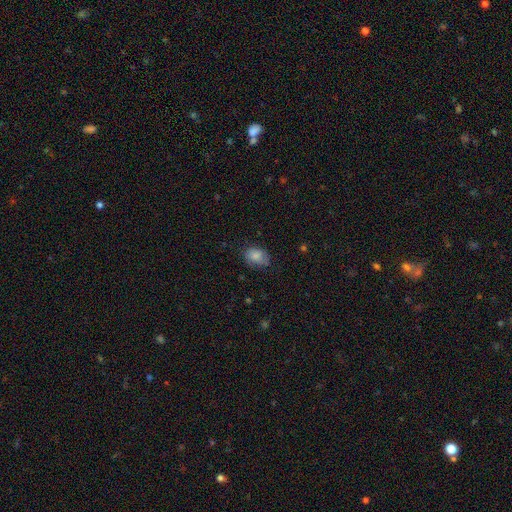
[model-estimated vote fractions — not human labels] A smooth galaxy with no disk features (80%) that is in between round and cigar-shaped (77%). Merging: none (62%).